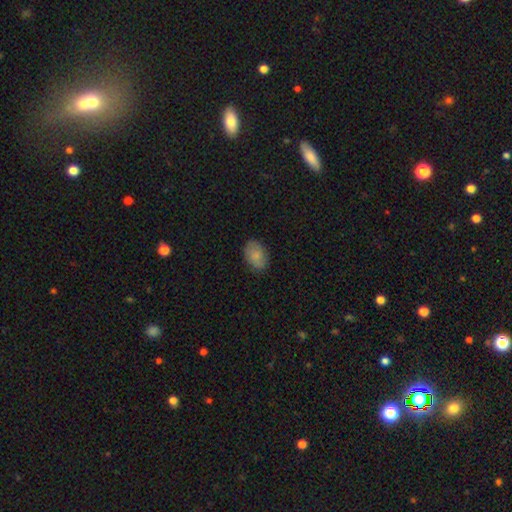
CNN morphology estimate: This appears to be a smooth galaxy with no disk features (83%) that is in between round and cigar-shaped (80%). Merging: none (82%).